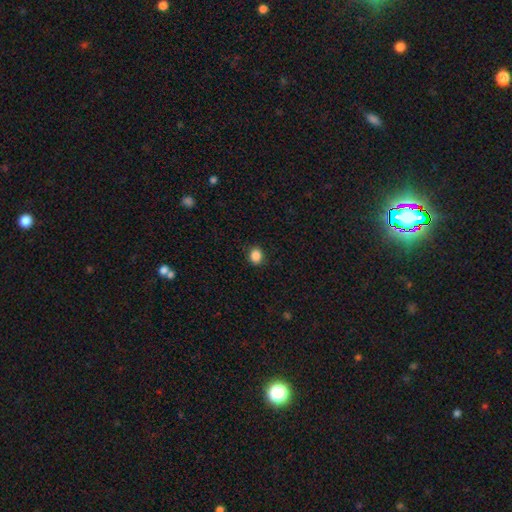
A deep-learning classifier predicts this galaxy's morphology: smooth 87%, star or artifact 10%, featured or disk 3%. Down the decision tree: how rounded — round (69%); merging — none (89%).